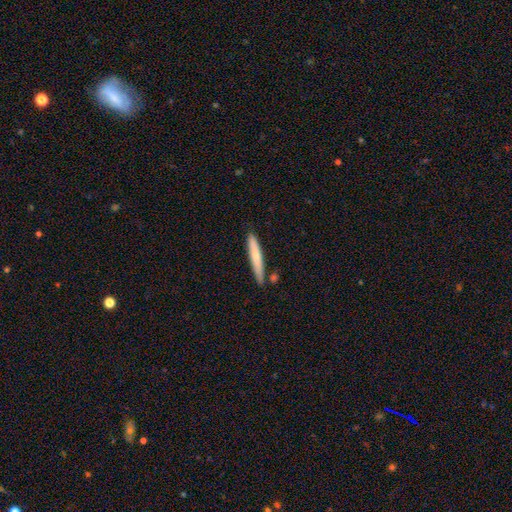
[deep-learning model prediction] A smooth galaxy with no disk features (69%) that is cigar-shaped (94%).

Vote fractions:
- Smooth or featured? smooth: 69% / featured or disk: 26% / star or artifact: 5%
- How rounded? cigar-shaped: 94% / in between: 5% / round: 1%
- Merging? none: 81% / minor disturbance: 13% / merger: 5% / major disturbance: 2%